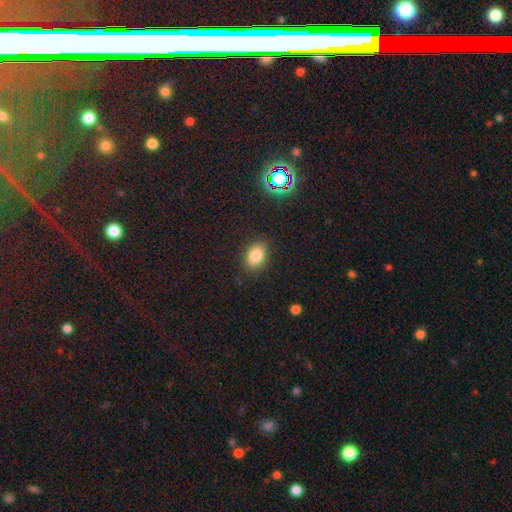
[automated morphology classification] Q: Smooth or featured?
A: smooth (81%); runner-up: star or artifact (11%)
Q: How rounded?
A: in between (76%); runner-up: round (22%)
Q: Merging?
A: none (85%); runner-up: minor disturbance (10%)